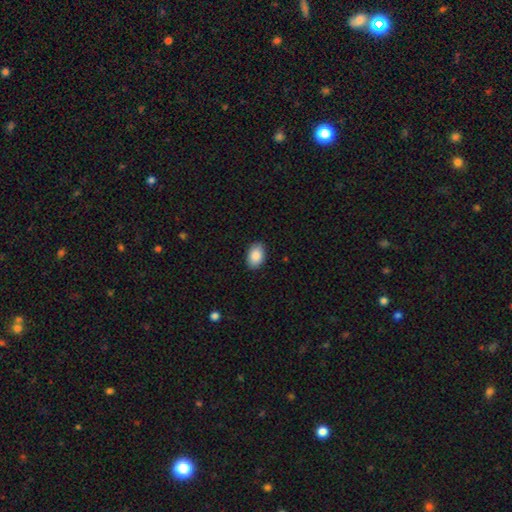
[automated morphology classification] A smooth galaxy with no disk features (89%) that is in between round and cigar-shaped (90%). Merging: none (88%).